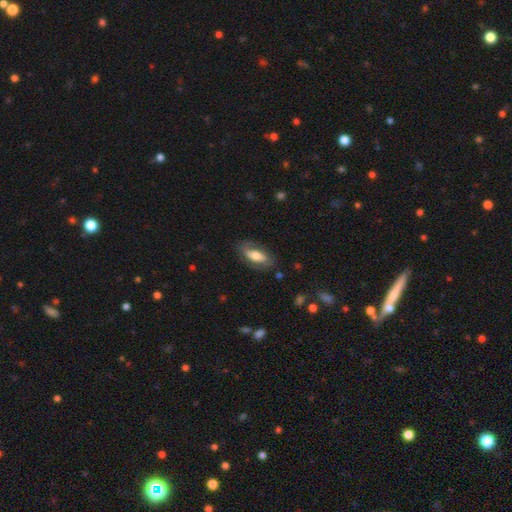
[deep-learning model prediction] smooth-or-featured: smooth: 56% | featured or disk: 38% | star or artifact: 6%
  how-rounded: in between: 80% | cigar-shaped: 17% | round: 3%
  merging: none: 74% | minor disturbance: 17% | major disturbance: 7% | merger: 1%